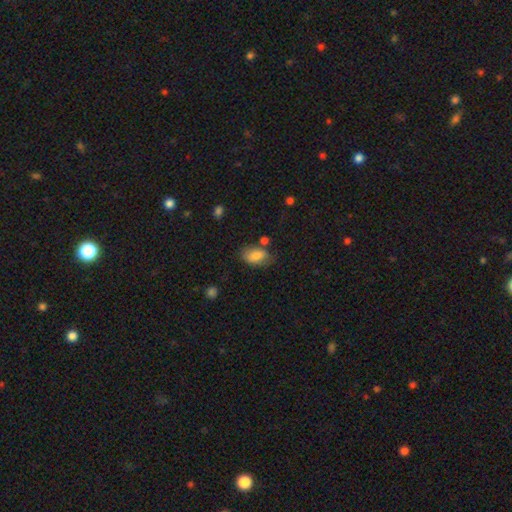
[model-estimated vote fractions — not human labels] Morphology: type=smooth (82%); roundness=in between (90%); merging=none (62%).